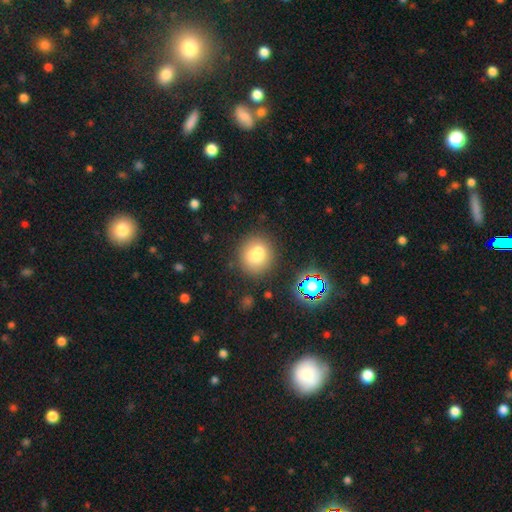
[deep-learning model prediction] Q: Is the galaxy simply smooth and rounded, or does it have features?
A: smooth — 74%.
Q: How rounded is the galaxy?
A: round — 77%.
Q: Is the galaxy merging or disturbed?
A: none — 70%.